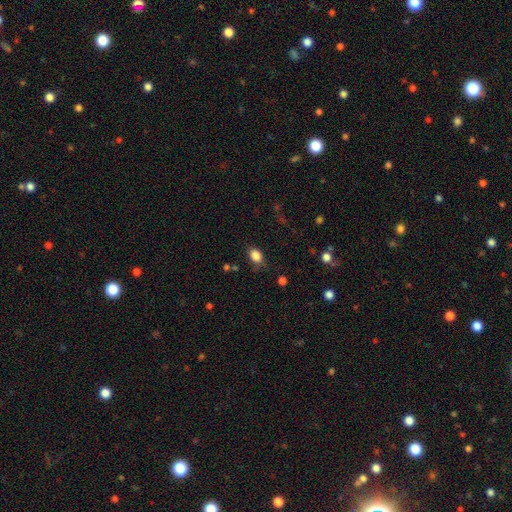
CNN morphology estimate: Smooth or featured? Predicted: smooth (p=0.86). How rounded? Predicted: in between (p=0.74). Merging? Predicted: none (p=0.73).